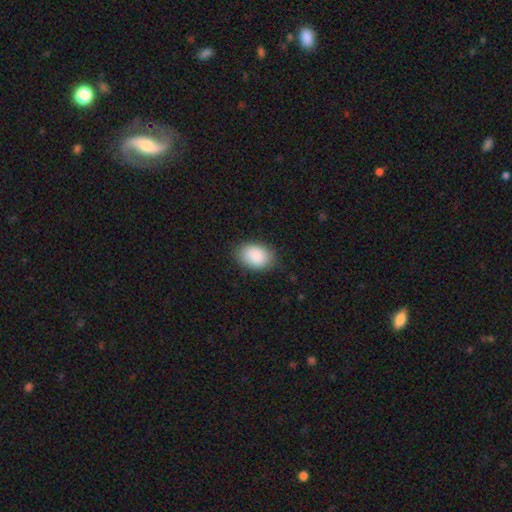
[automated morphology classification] type=smooth (90%); roundness=in between (80%); merging=none (83%).